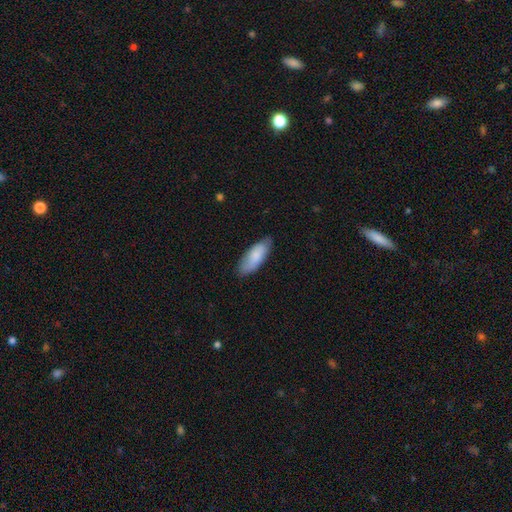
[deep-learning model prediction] A smooth galaxy with no disk features (81%) that is in between round and cigar-shaped (75%).

Vote fractions:
- Smooth or featured? smooth: 81% / featured or disk: 14% / star or artifact: 5%
- How rounded? in between: 75% / cigar-shaped: 23% / round: 2%
- Merging? none: 77% / minor disturbance: 19% / major disturbance: 3% / merger: 1%